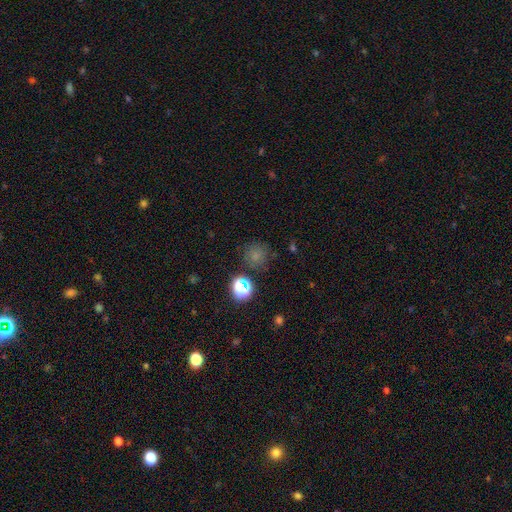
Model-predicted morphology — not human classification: Smooth or featured?
  - smooth: 71% *
  - star or artifact: 22%
  - featured or disk: 7%
How rounded?
  - round: 91% *
  - in between: 8%
  - cigar-shaped: 1%
Merging?
  - none: 78% *
  - minor disturbance: 12%
  - merger: 5%
  - major disturbance: 4%